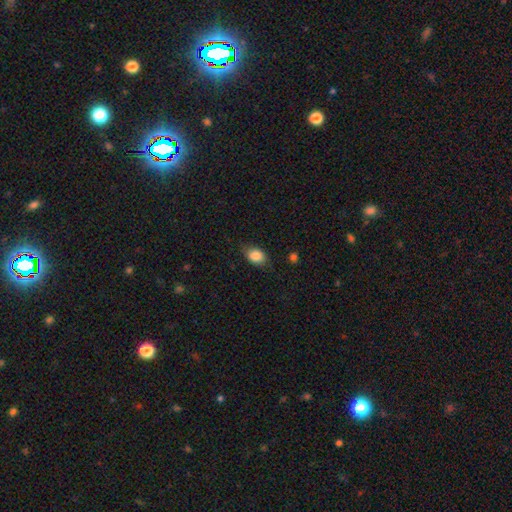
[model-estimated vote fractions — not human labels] A smooth galaxy with no disk features (85%) that is in between round and cigar-shaped (75%). Merging: none (77%).